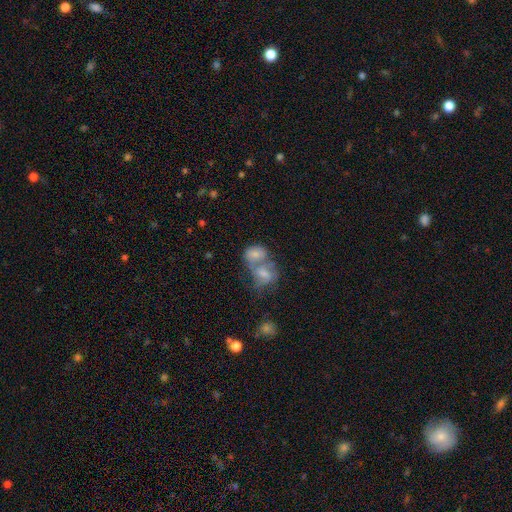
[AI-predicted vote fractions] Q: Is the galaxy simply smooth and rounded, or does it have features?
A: smooth — 57%.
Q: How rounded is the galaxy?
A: in between — 64%.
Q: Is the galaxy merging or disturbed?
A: merger — 72%.